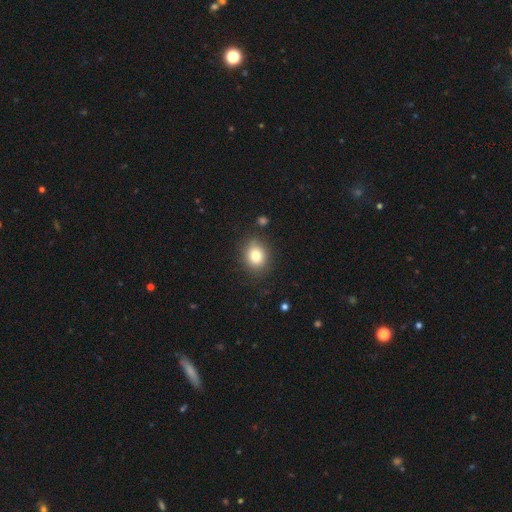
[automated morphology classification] smooth 82%, star or artifact 10%, featured or disk 8%. Down the decision tree: how rounded — round (54%); merging — none (84%).